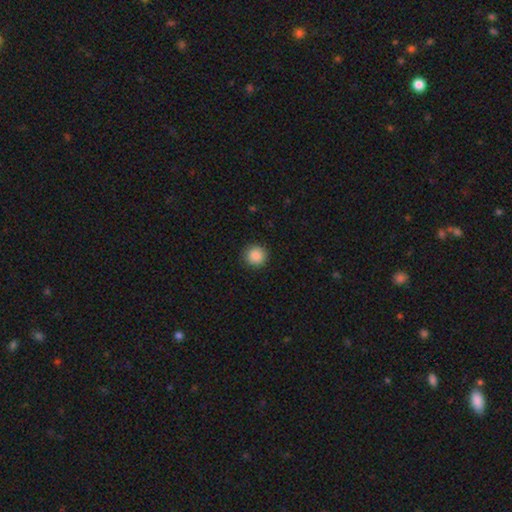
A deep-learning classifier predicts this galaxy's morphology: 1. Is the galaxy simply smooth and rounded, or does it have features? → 88% smooth, 9% star or artifact, 3% featured or disk.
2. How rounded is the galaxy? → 94% round, 5% in between, 1% cigar-shaped.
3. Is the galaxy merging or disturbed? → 91% none, 6% minor disturbance, 2% major disturbance, 1% merger.